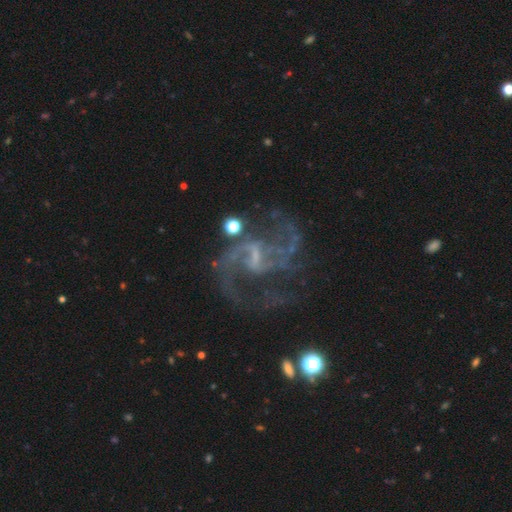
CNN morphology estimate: Overall: featured or disk (88%). Edge-on disk: no (98%). Bar: weak (55%; strong 26%). Spiral arms: yes (96%). Spiral arm count: 2 (77%). Spiral winding: medium (50%; loose 40%). Bulge size: small (47%; none 38%). Merging: none (63%).